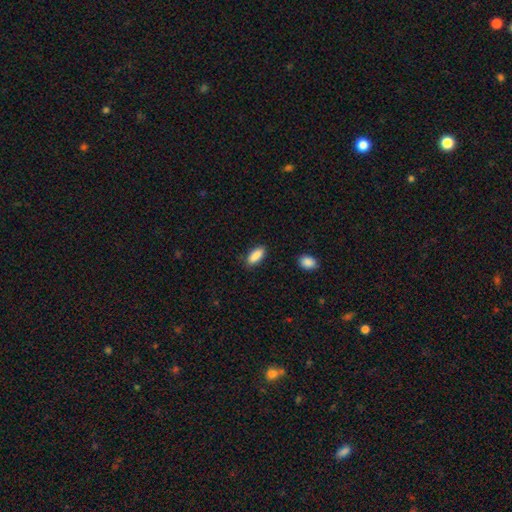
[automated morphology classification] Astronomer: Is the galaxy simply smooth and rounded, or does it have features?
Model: smooth — 89%.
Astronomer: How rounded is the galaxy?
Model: in between — 79%.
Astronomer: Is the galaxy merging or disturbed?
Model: none — 86%.